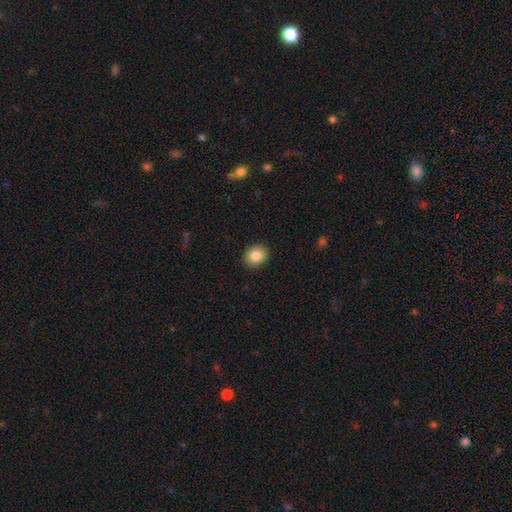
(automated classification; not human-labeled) smooth_or_featured: smooth (p=0.84) [alt: star or artifact p=0.09]
how_rounded: round (p=0.60) [alt: in between p=0.40]
merging: none (p=0.90) [alt: minor disturbance p=0.07]